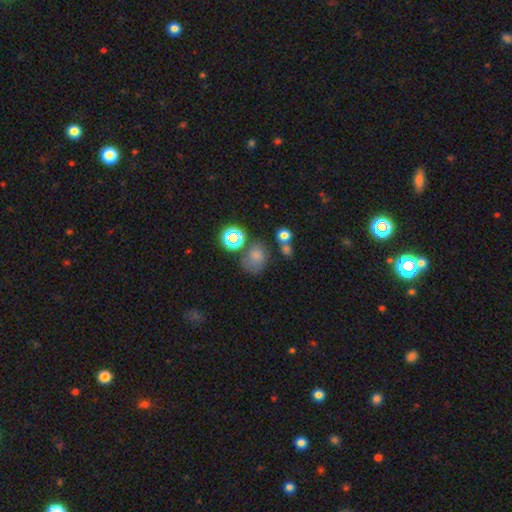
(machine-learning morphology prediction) The model was most divided on "how rounded": round: 54%, in between: 44%, cigar-shaped: 1%. Remaining: smooth or featured — smooth (66%); merging — none (45%).